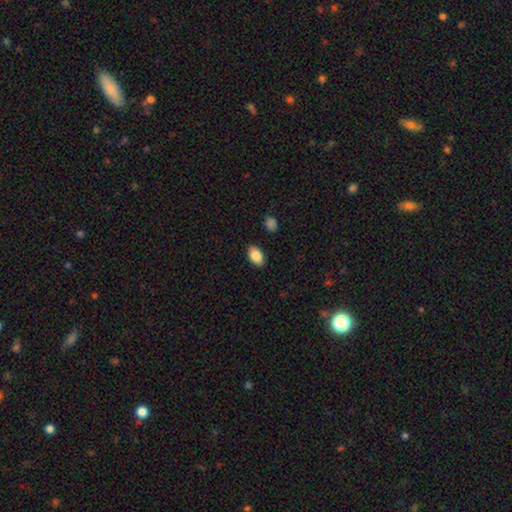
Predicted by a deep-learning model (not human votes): This appears to be a smooth galaxy with no disk features (86%) that is in between round and cigar-shaped (92%). Merging: none (88%).